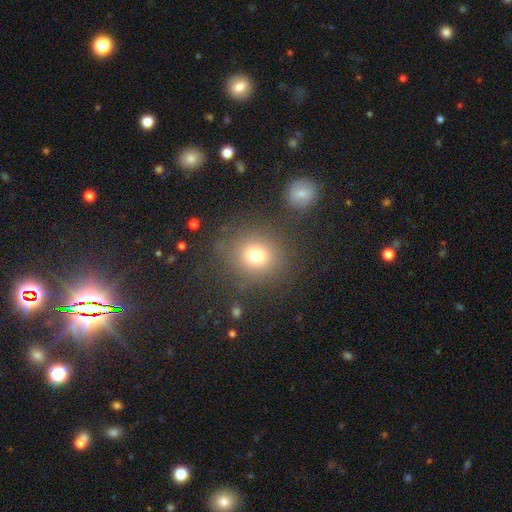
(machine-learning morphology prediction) smooth-or-featured: smooth: 74% | star or artifact: 16% | featured or disk: 11%
  how-rounded: round: 85% | in between: 14% | cigar-shaped: 1%
  merging: none: 80% | minor disturbance: 10% | major disturbance: 6% | merger: 4%